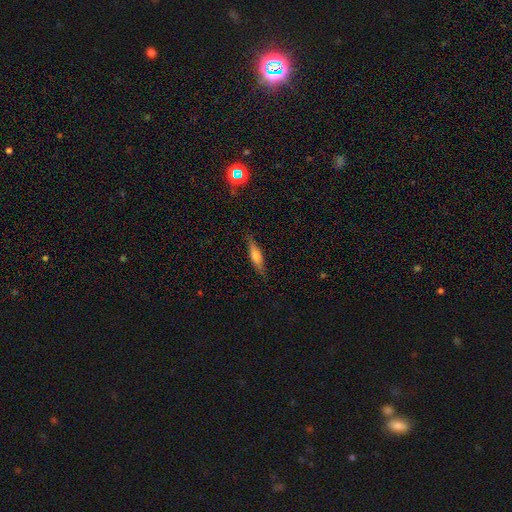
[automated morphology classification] This is possibly a smooth galaxy (54%). How rounded: likely cigar-shaped (65%). Merging: clearly none (84%).